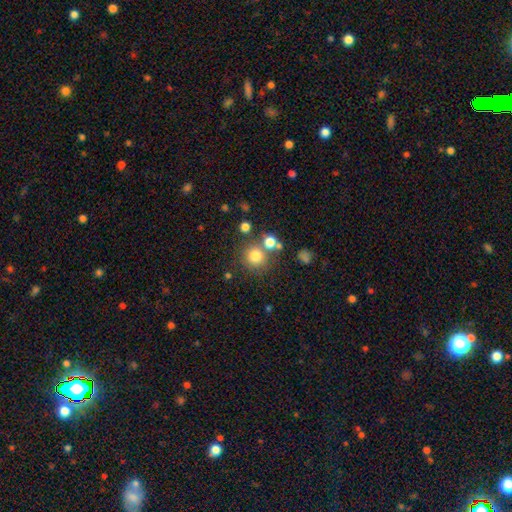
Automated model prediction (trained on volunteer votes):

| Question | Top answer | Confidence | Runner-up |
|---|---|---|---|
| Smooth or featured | smooth | 77% | star or artifact (15%) |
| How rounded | round | 92% | in between (7%) |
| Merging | none | 72% | merger (15%) |